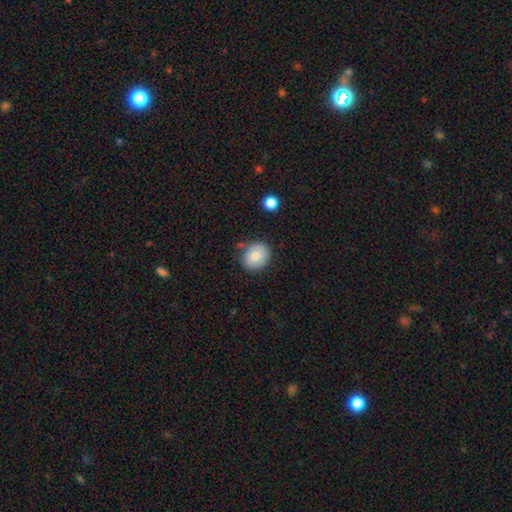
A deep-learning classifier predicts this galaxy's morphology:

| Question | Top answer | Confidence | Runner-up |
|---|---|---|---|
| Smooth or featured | smooth | 79% | featured or disk (13%) |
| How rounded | round | 70% | in between (29%) |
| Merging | none | 78% | minor disturbance (15%) |